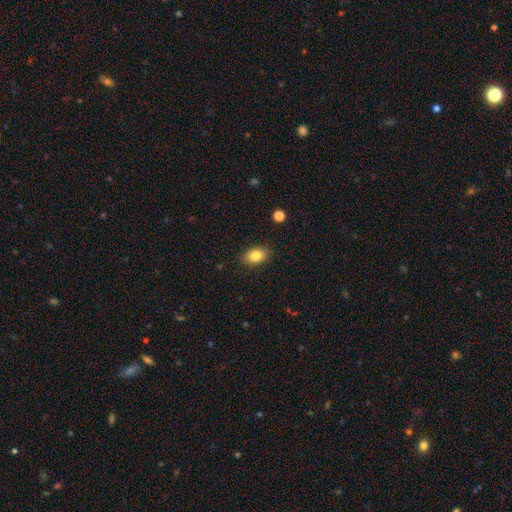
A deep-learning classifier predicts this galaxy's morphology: smooth-or-featured: smooth: 84% | star or artifact: 9% | featured or disk: 8%
  how-rounded: in between: 83% | round: 15% | cigar-shaped: 1%
  merging: none: 87% | minor disturbance: 9% | major disturbance: 2% | merger: 1%